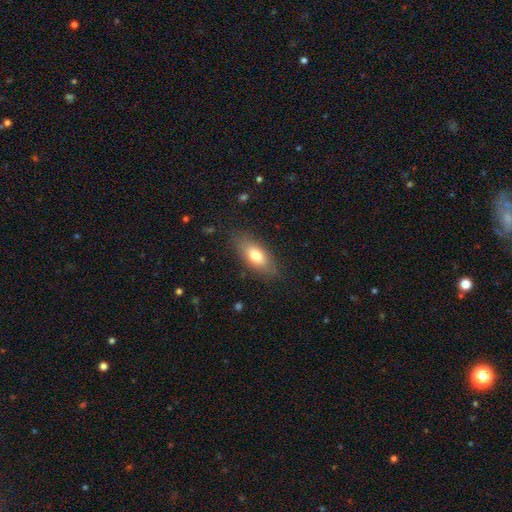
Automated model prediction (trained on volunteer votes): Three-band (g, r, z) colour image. It shows a smooth galaxy with no disk features (74%) that is in between round and cigar-shaped (84%). Merging: none (81%).